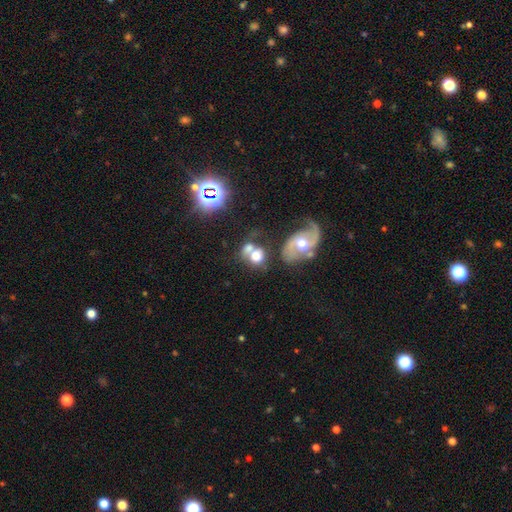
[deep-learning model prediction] Smooth or featured? smooth (59%)
How rounded? round (58%)
Merging? merger (47%)